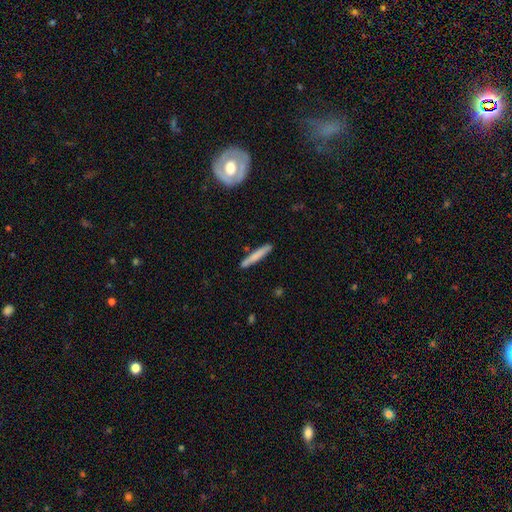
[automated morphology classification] type=smooth (72%); roundness=cigar-shaped (95%); merging=none (86%).